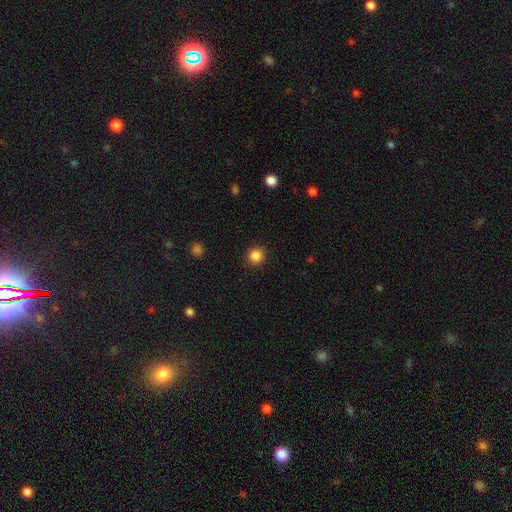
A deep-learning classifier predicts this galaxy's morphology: This is clearly a smooth galaxy (86%). How rounded: clearly round (92%). Merging: clearly none (91%).